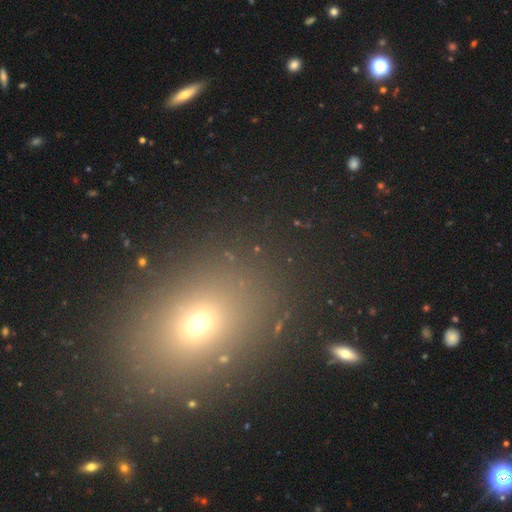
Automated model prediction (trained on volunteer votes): smooth-or-featured: smooth: 58% | star or artifact: 31% | featured or disk: 11%
  how-rounded: in between: 55% | round: 43% | cigar-shaped: 2%
  merging: none: 85% | minor disturbance: 8% | major disturbance: 4% | merger: 3%